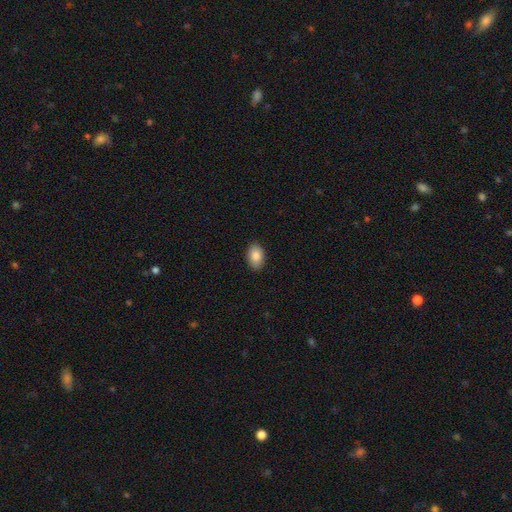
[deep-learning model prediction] Smooth or featured: smooth — 87% (star or artifact — 7%)
How rounded: in between — 88% (round — 10%)
Merging: none — 89% (minor disturbance — 8%)